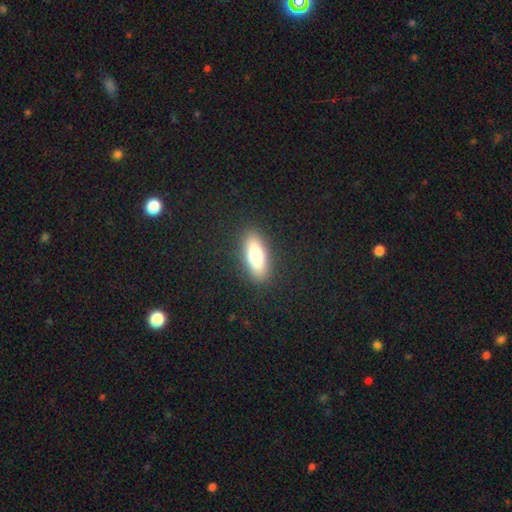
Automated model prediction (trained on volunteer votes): Smooth or featured? smooth (70%)
How rounded? in between (66%)
Merging? none (89%)